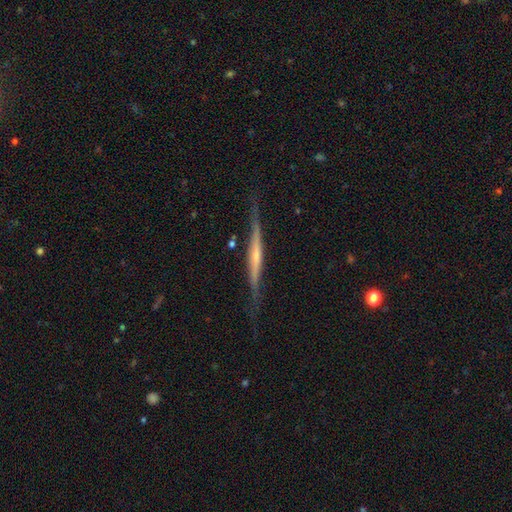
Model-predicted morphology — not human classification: smooth_or_featured: featured or disk (p=0.74) [alt: smooth p=0.20]
disk_edge_on: yes (p=0.96) [alt: no p=0.04]
edge_on_bulge: none (p=0.44) [tied with: rounded p=0.44]
merging: none (p=0.80) [alt: minor disturbance p=0.15]